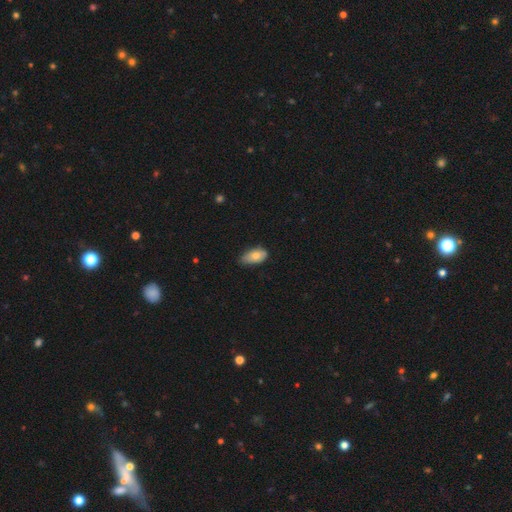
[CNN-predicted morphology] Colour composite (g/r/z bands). It shows a smooth galaxy with no disk features (76%) that is in between round and cigar-shaped (91%). Merging: none (56%).